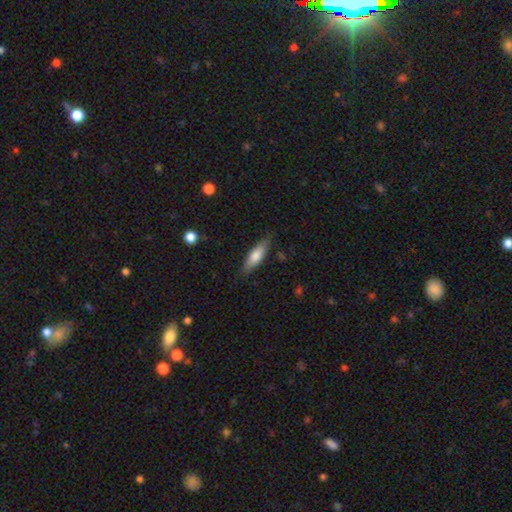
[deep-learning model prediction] smooth-or-featured: smooth: 69% | featured or disk: 26% | star or artifact: 6%
  how-rounded: cigar-shaped: 60% | in between: 38% | round: 2%
  merging: none: 83% | minor disturbance: 13% | major disturbance: 3% | merger: 1%